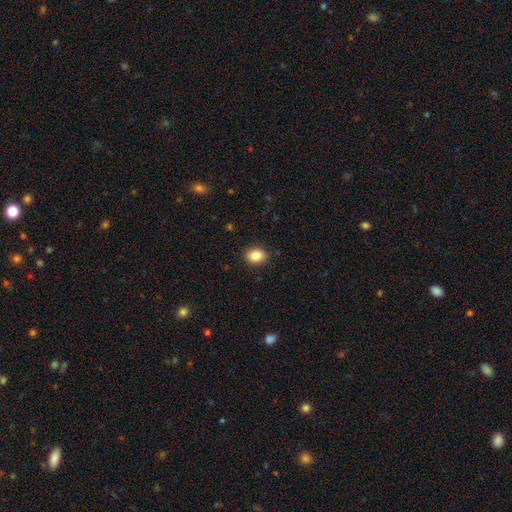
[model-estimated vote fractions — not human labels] Smooth or featured? Predicted: smooth (p=0.87). How rounded? Predicted: in between (p=0.58). Merging? Predicted: none (p=0.90).